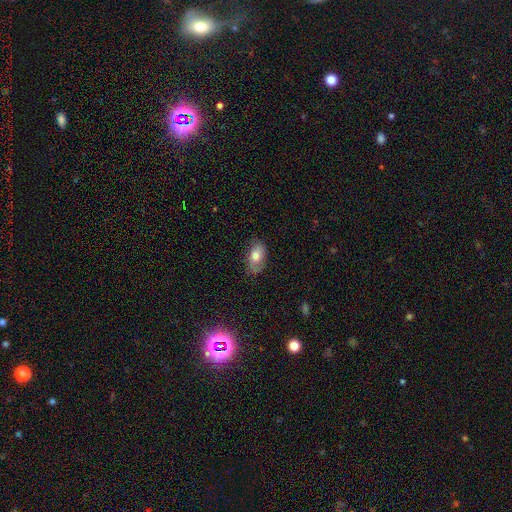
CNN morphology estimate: smooth 64%, featured or disk 28%, star or artifact 8%. Down the decision tree: how rounded — in between (90%); merging — none (70%).